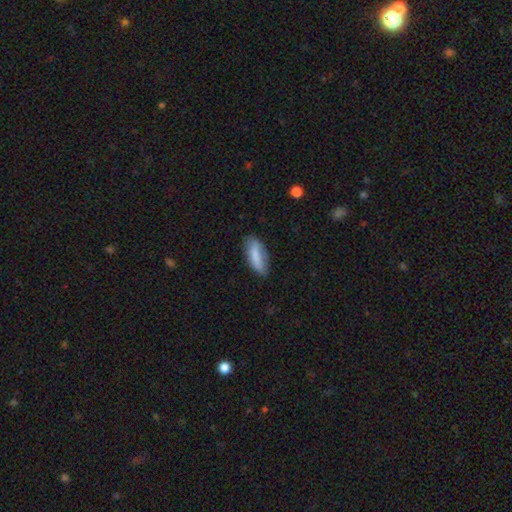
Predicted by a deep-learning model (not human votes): Q: Smooth or featured?
A: smooth (80%); runner-up: featured or disk (13%)
Q: How rounded?
A: in between (72%); runner-up: cigar-shaped (26%)
Q: Merging?
A: none (69%); runner-up: minor disturbance (24%)